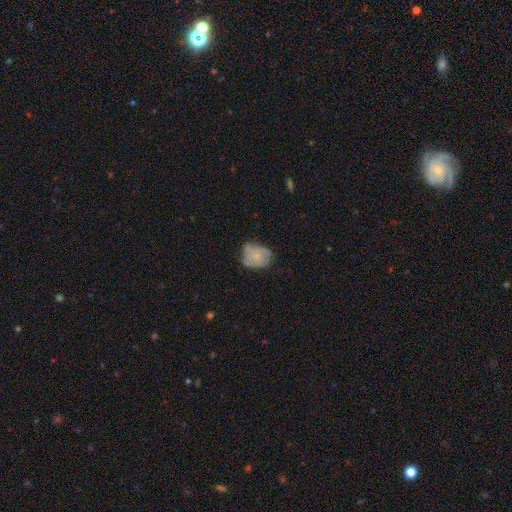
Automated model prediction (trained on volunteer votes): This appears to be a smooth galaxy with no disk features (46%, tied with featured or disk). Merging: none (51%).